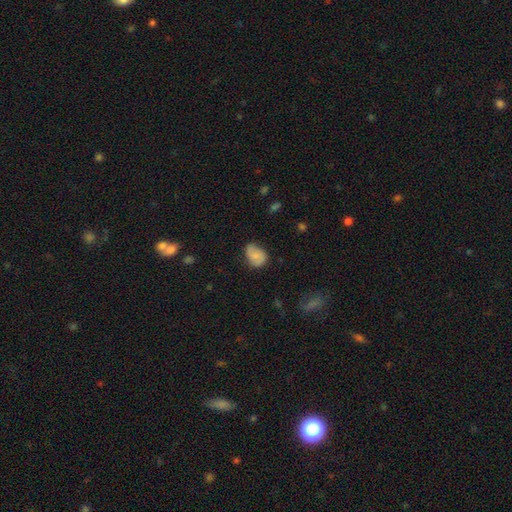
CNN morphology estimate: This appears to be a smooth galaxy with no disk features (73%) that is in between round and cigar-shaped (72%). Merging: none (54%).